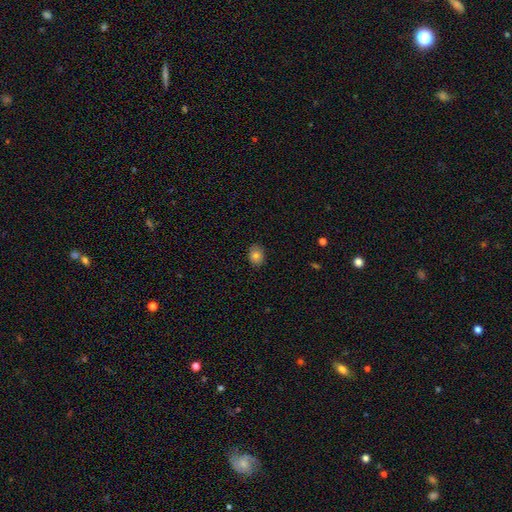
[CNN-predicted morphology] Smooth or featured? smooth (81%)
How rounded? in between (52%)
Merging? none (86%)